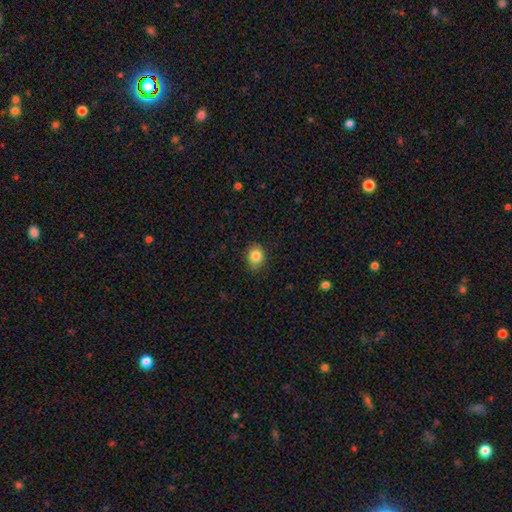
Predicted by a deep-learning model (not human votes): A smooth galaxy with no disk features (85%) that is round (63%). Merging: none (84%).